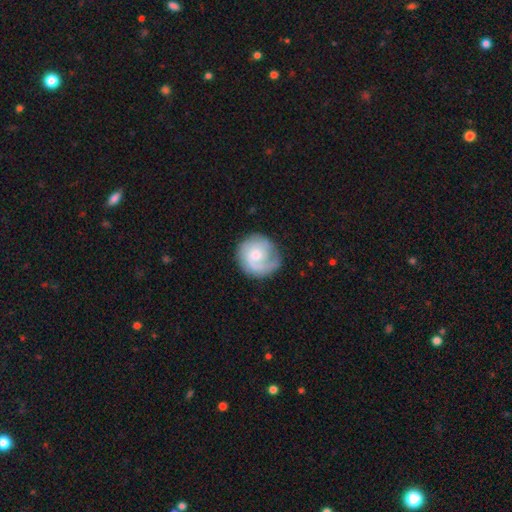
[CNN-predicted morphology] A featured or disk galaxy (66%) with no bar (70%), 1 (44%) tight (45%) spiral arms (90%) and a moderate central bulge (48%). Merging: none (70%).